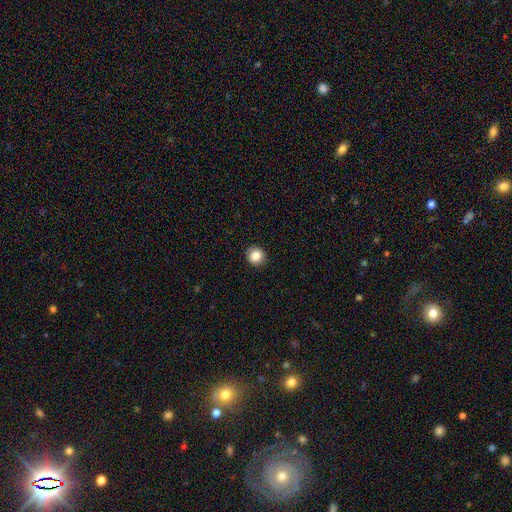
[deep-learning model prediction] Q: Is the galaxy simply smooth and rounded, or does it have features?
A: smooth — 86%.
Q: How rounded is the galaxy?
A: round — 92%.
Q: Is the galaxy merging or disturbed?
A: none — 92%.